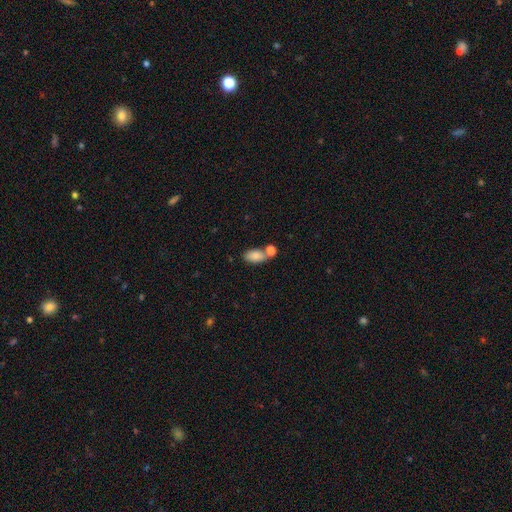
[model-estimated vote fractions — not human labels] This appears to be a smooth galaxy with no disk features (85%) that is in between round and cigar-shaped (91%). Merging: none (54%).